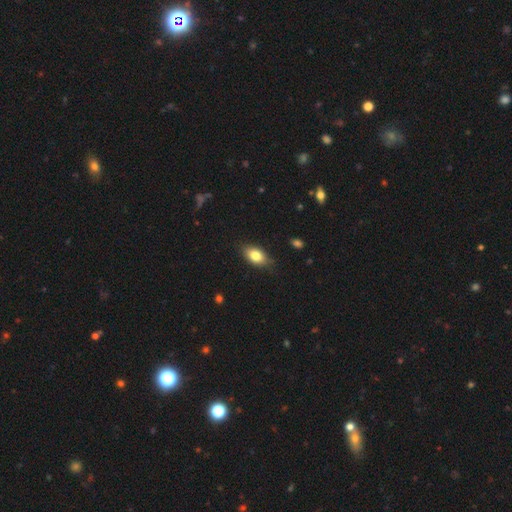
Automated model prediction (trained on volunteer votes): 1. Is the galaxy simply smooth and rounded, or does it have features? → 80% smooth, 12% featured or disk, 8% star or artifact.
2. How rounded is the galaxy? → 87% in between, 8% round, 4% cigar-shaped.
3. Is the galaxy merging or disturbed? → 80% none, 16% minor disturbance, 3% major disturbance, 1% merger.